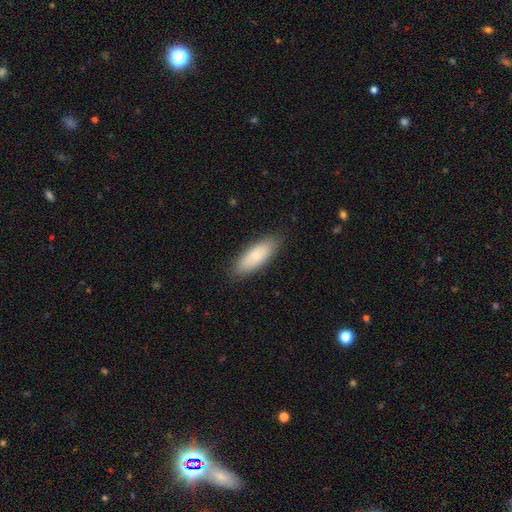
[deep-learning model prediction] Smooth or featured? smooth (78%)
How rounded? in between (67%)
Merging? none (87%)